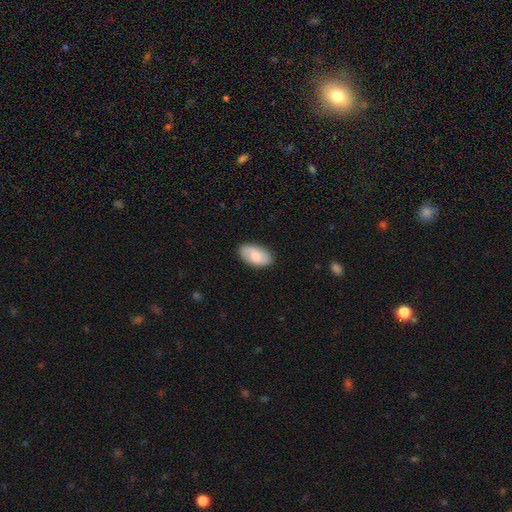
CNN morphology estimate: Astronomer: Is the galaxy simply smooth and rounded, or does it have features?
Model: smooth — 77%.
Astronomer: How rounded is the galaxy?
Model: in between — 95%.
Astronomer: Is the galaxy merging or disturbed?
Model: none — 86%.